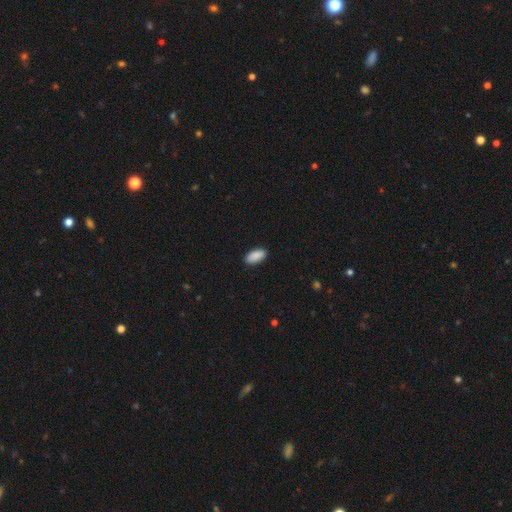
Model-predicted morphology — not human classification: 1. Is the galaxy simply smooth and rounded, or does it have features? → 90% smooth, 6% star or artifact, 3% featured or disk.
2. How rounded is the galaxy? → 93% in between, 5% cigar-shaped, 2% round.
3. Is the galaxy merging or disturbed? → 89% none, 8% minor disturbance, 2% major disturbance, 1% merger.